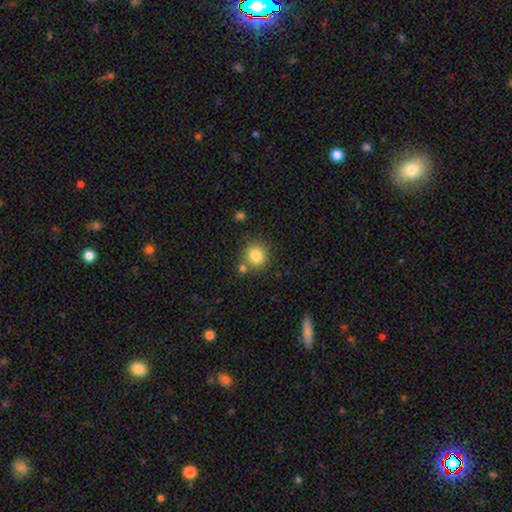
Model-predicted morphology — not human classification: This appears to be a smooth galaxy with no disk features (82%) that is round (86%). Merging: none (70%).